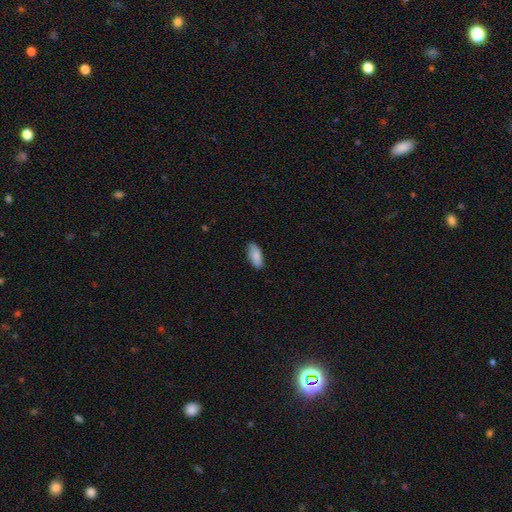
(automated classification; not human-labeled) This is clearly a smooth galaxy (85%). How rounded: clearly in between (84%). Merging: clearly none (85%).